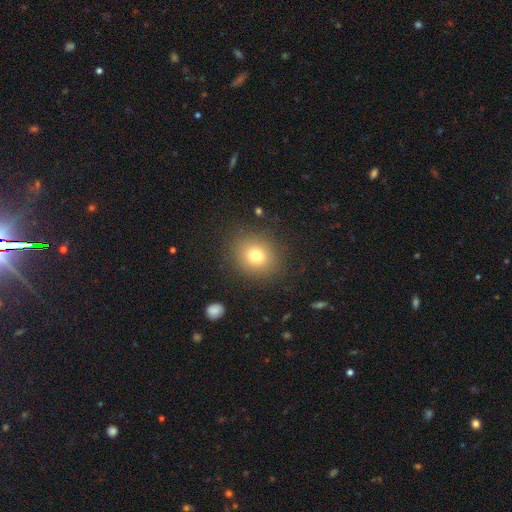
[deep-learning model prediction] Morphology: type=smooth (77%); roundness=round (75%); merging=none (87%).